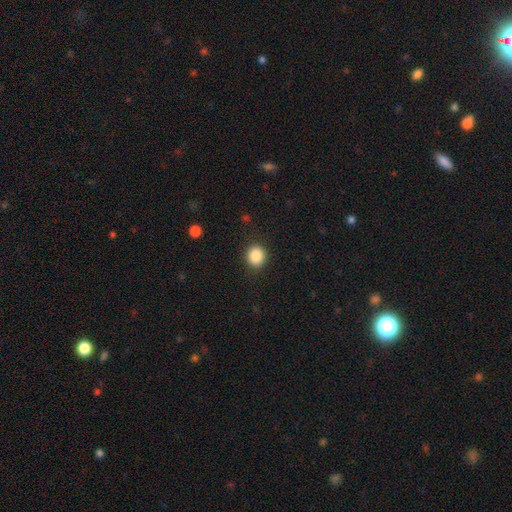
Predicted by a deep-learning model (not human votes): A smooth galaxy with no disk features (88%) that is round (80%).

Vote fractions:
- Smooth or featured? smooth: 88% / star or artifact: 9% / featured or disk: 3%
- How rounded? round: 80% / in between: 19% / cigar-shaped: 1%
- Merging? none: 89% / minor disturbance: 8% / major disturbance: 3% / merger: 1%